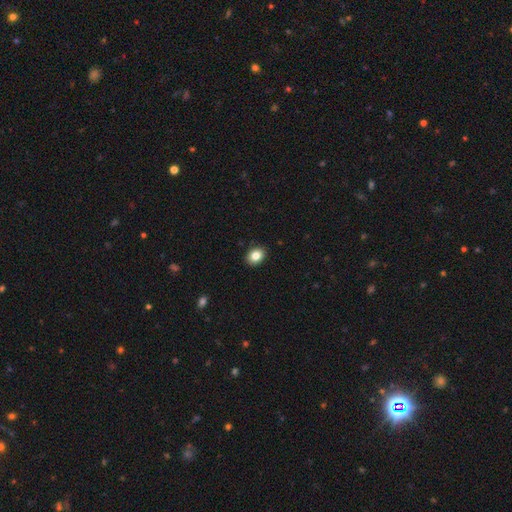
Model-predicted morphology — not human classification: Smooth or featured?
  - smooth: 84% *
  - star or artifact: 9%
  - featured or disk: 7%
How rounded?
  - in between: 64% *
  - round: 35%
  - cigar-shaped: 1%
Merging?
  - none: 90% *
  - minor disturbance: 7%
  - major disturbance: 2%
  - merger: 1%